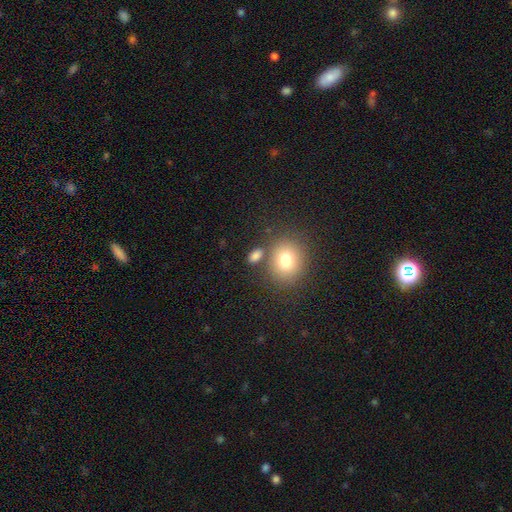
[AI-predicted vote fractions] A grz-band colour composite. It shows a smooth galaxy with no disk features (80%) that is in between round and cigar-shaped (67%). Merging: none (68%).